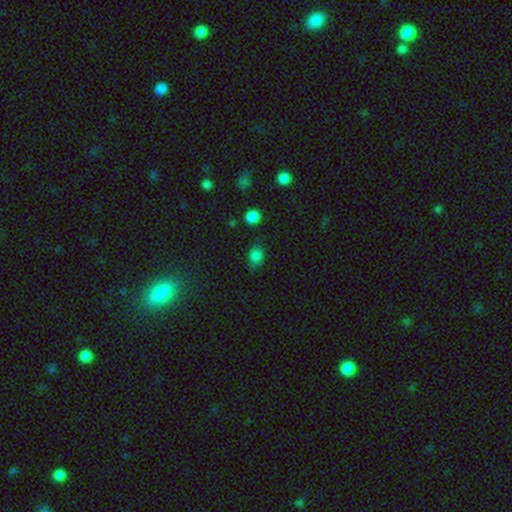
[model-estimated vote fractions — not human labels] Q: Smooth or featured?
A: smooth (80%); runner-up: star or artifact (15%)
Q: How rounded?
A: round (55%); runner-up: in between (44%)
Q: Merging?
A: none (71%); runner-up: minor disturbance (21%)